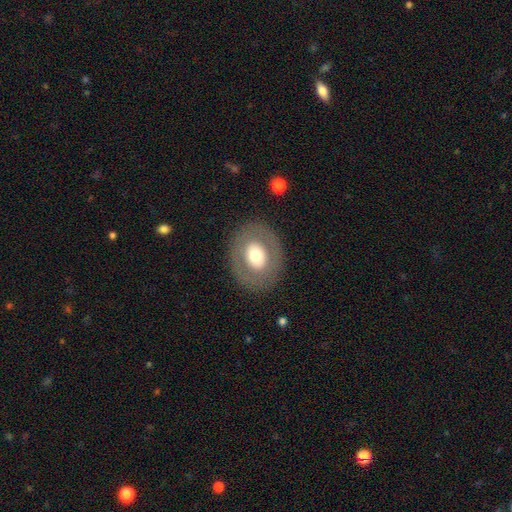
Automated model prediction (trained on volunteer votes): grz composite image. It shows a smooth galaxy with no disk features (55%) that is in between round and cigar-shaped (57%). Merging: none (85%).